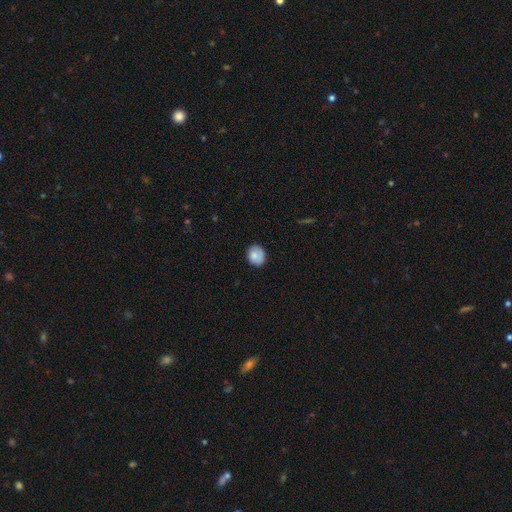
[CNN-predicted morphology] A smooth galaxy with no disk features (81%) that is round (60%). Merging: none (76%).